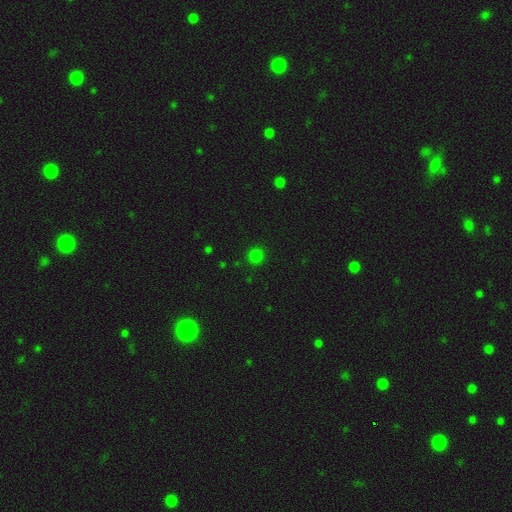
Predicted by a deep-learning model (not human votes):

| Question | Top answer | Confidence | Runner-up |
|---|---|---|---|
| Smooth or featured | smooth | 79% | star or artifact (17%) |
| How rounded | round | 93% | in between (6%) |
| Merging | none | 91% | minor disturbance (6%) |